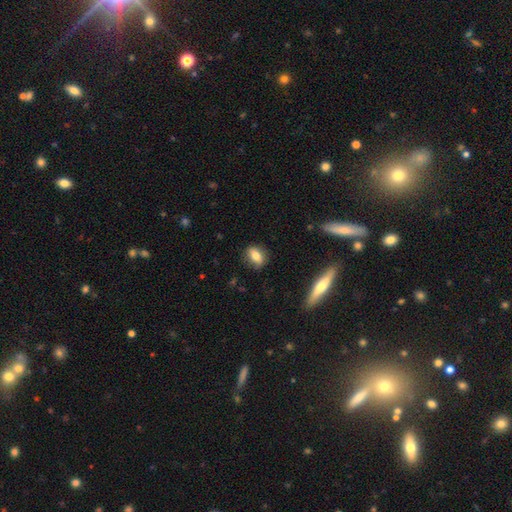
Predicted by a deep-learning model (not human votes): The model was most divided on "how rounded": in between: 70%, round: 23%, cigar-shaped: 7%. More confident: merging — none (80%); smooth or featured — smooth (74%).